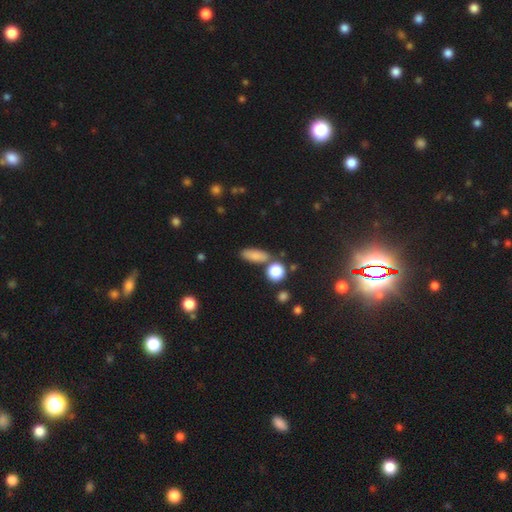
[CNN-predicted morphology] smooth_or_featured: smooth (p=0.82) [alt: star or artifact p=0.10]
how_rounded: in between (p=0.60) [alt: cigar-shaped p=0.29]
merging: none (p=0.75) [alt: minor disturbance p=0.12]